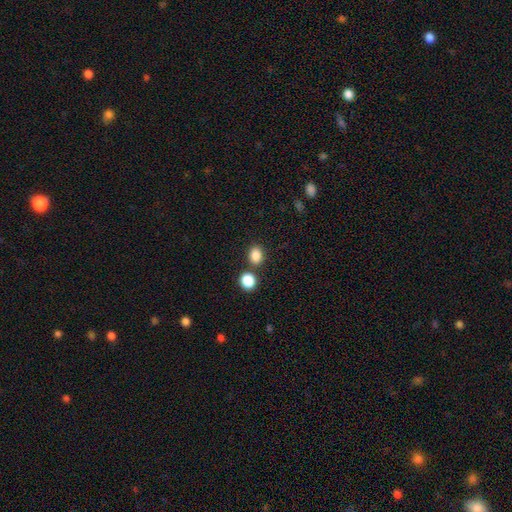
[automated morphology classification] The model was most divided on "how rounded": round: 50%, in between: 49%, cigar-shaped: 1%. More confident: smooth or featured — smooth (85%); merging — none (74%).